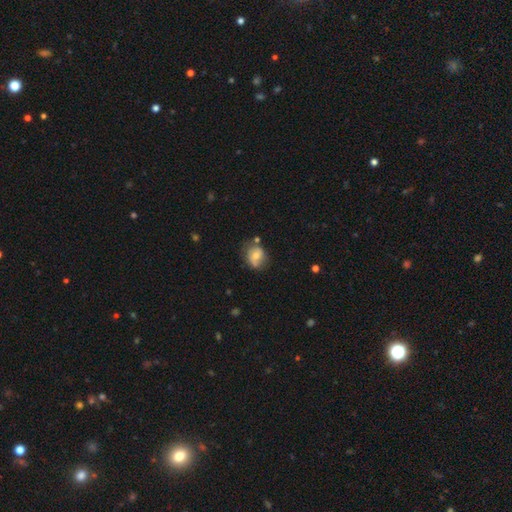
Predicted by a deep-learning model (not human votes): Smooth or featured? Predicted: smooth (p=0.53). How rounded? Predicted: round (p=0.58). Merging? Predicted: none (p=0.57).